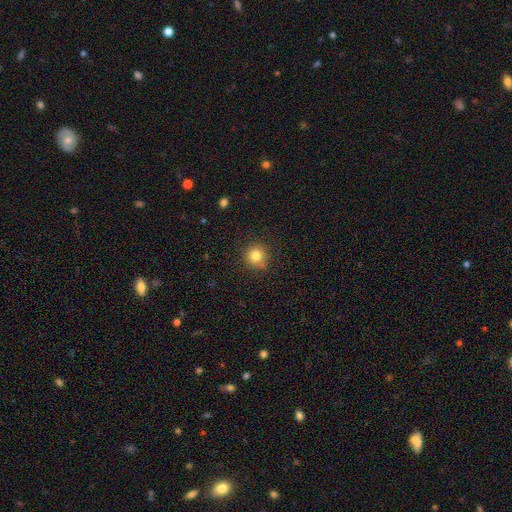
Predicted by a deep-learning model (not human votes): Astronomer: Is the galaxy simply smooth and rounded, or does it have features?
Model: smooth — 82%.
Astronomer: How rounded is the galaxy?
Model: round — 93%.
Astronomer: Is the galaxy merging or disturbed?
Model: none — 81%.